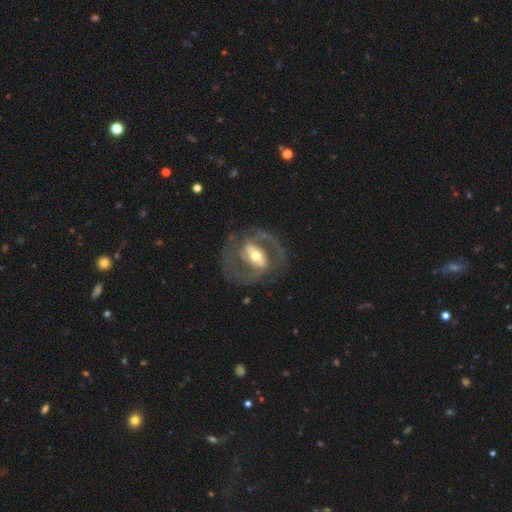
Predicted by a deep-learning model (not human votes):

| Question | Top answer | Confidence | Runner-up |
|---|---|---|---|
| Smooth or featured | featured or disk | 87% | smooth (8%) |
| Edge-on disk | no | 96% | yes (4%) |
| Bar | strong | 49% | weak (34%) |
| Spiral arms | yes | 90% | no (10%) |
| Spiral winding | medium | 56% | tight (25%) |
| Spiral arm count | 2 | 89% | can't tell (4%) |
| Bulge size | moderate | 69% | small (17%) |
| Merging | none | 74% | minor disturbance (14%) |